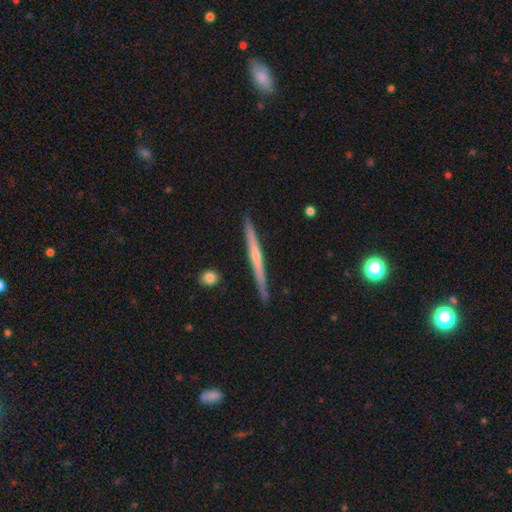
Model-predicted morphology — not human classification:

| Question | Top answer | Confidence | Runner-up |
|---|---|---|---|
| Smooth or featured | featured or disk | 74% | smooth (19%) |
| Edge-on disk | yes | 98% | no (2%) |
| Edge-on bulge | rounded | 67% | none (26%) |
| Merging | none | 92% | minor disturbance (6%) |